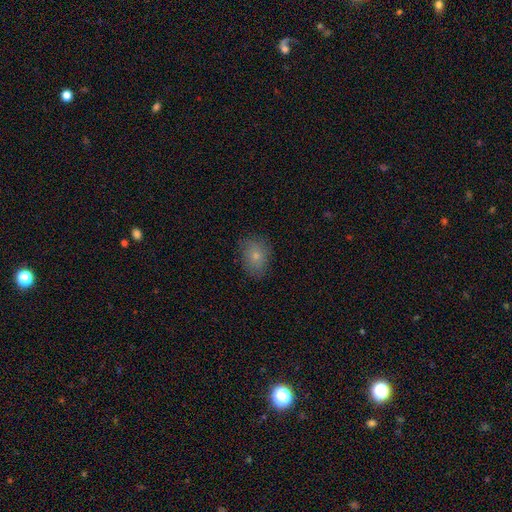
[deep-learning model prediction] smooth 75%, featured or disk 15%, star or artifact 10%. Down the decision tree: how rounded — in between (62%); merging — none (77%).